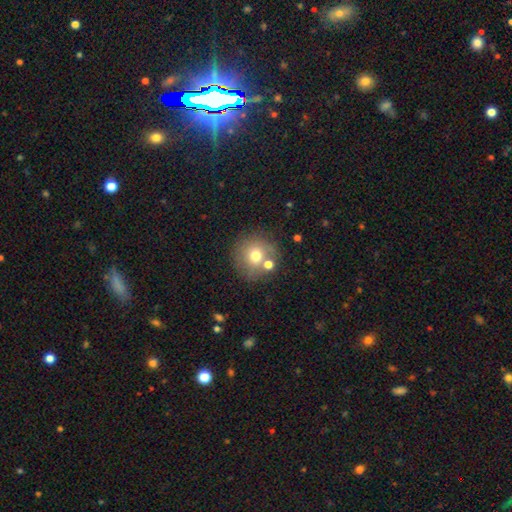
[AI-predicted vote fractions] Smooth or featured: smooth — 69% (featured or disk — 18%)
How rounded: round — 91% (in between — 8%)
Merging: none — 71% (merger — 13%)